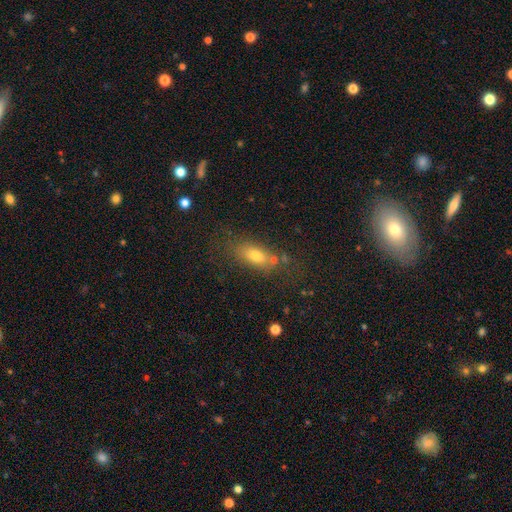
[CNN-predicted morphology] smooth-or-featured: smooth: 73% | featured or disk: 15% | star or artifact: 12%
  how-rounded: in between: 76% | cigar-shaped: 16% | round: 8%
  merging: none: 68% | minor disturbance: 17% | major disturbance: 8% | merger: 7%